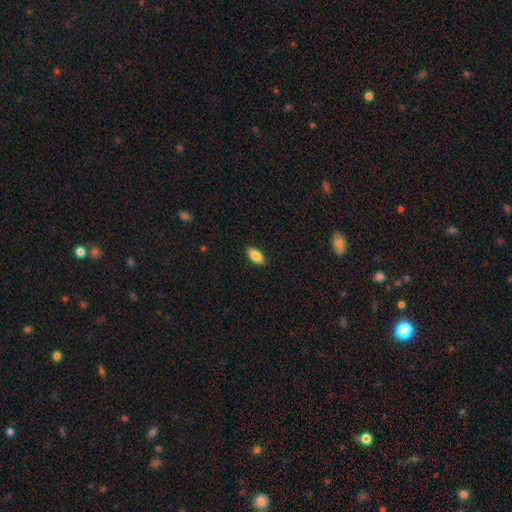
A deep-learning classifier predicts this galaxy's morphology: This is clearly a smooth galaxy (86%). How rounded: clearly in between (89%). Merging: clearly none (87%).